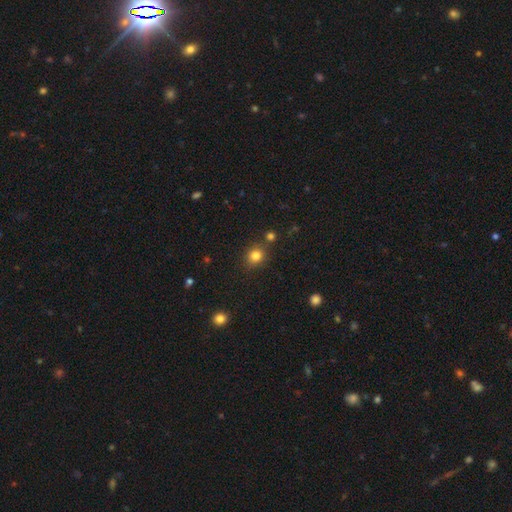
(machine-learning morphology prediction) Smooth or featured: smooth — 82% (star or artifact — 13%)
How rounded: round — 80% (in between — 19%)
Merging: none — 81% (minor disturbance — 9%)